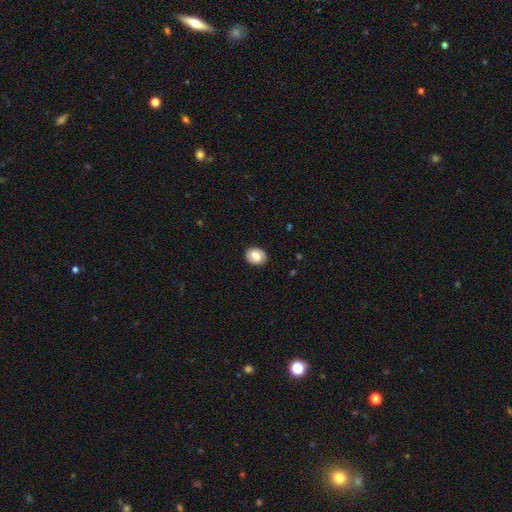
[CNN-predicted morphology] The model was most divided on "how rounded": in between: 54%, round: 45%, cigar-shaped: 1%. More confident: merging — none (87%); smooth or featured — smooth (70%).